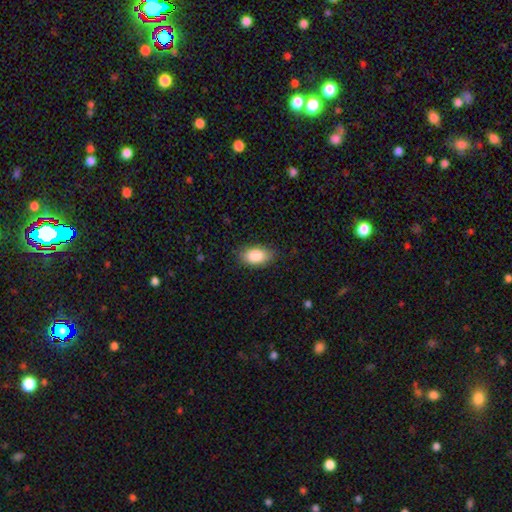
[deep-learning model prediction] Smooth or featured: smooth — 87% (star or artifact — 7%)
How rounded: in between — 92% (round — 6%)
Merging: none — 85% (minor disturbance — 11%)